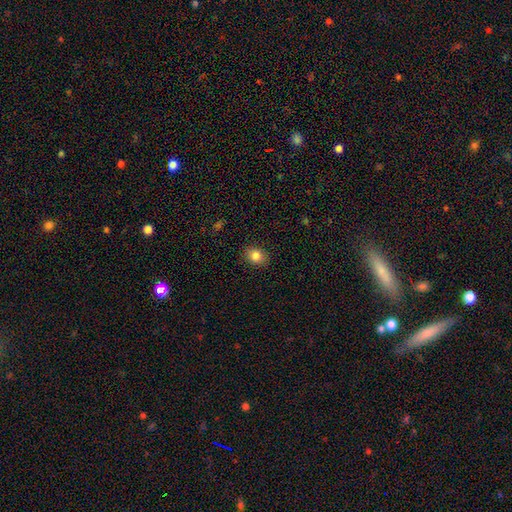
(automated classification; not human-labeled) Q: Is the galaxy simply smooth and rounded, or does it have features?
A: smooth — 84%.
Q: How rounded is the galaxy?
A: round — 50%, tied with in between.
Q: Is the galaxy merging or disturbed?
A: none — 89%.